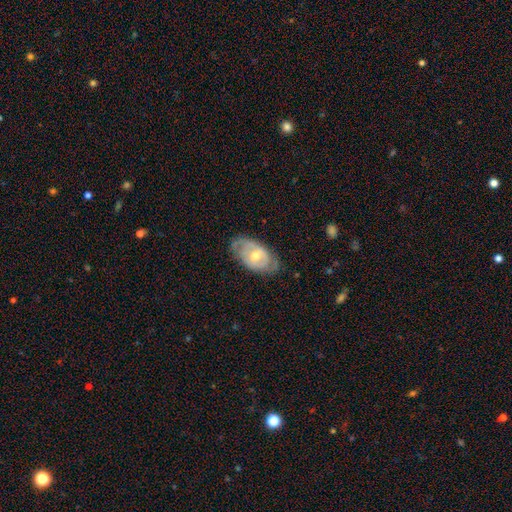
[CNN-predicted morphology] This appears to be a featured or disk galaxy (62%) with no bar (67%), spiral arms (59%) and a moderate central bulge (66%). Merging: none (62%).